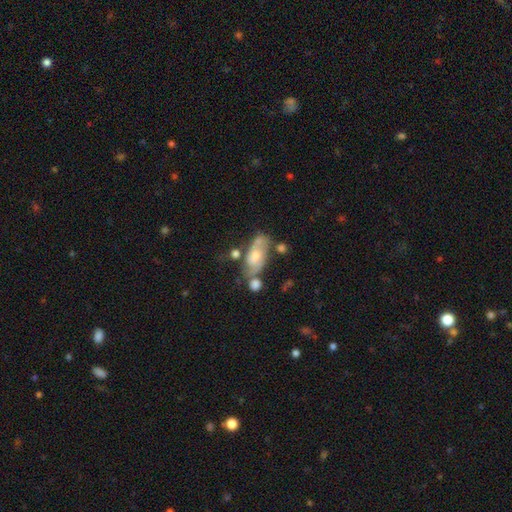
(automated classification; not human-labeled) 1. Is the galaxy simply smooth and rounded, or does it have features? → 59% featured or disk, 32% smooth, 9% star or artifact.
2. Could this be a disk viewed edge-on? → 89% no, 11% yes.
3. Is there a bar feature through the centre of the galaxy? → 69% no, 25% weak, 6% strong.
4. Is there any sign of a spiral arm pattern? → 74% yes, 26% no.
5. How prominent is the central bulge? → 53% moderate, 38% small, 5% large, 3% none, 1% dominant.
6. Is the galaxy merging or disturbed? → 46% none, 23% merger, 21% minor disturbance, 11% major disturbance.